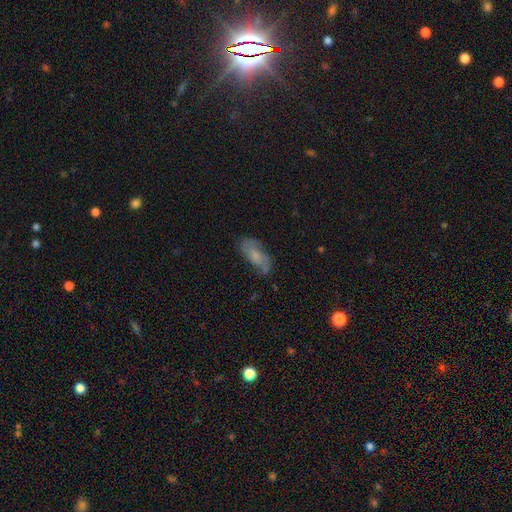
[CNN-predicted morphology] Smooth or featured?
  - smooth: 47% *
  - featured or disk: 44%
  - star or artifact: 9%
Merging?
  - none: 63% *
  - minor disturbance: 25%
  - major disturbance: 10%
  - merger: 2%